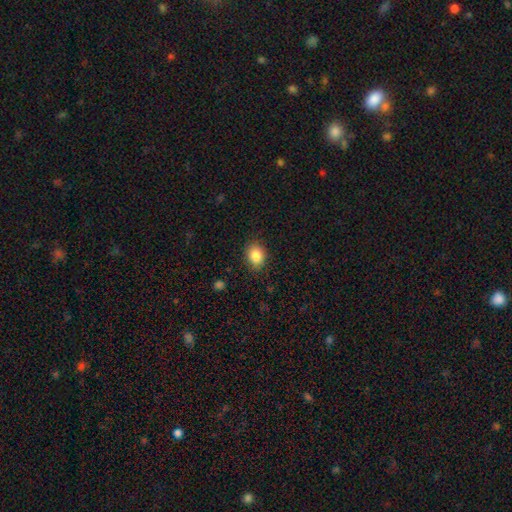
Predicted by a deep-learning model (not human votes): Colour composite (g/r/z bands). It shows a smooth galaxy with no disk features (87%) that is in between round and cigar-shaped (58%). Merging: none (85%).